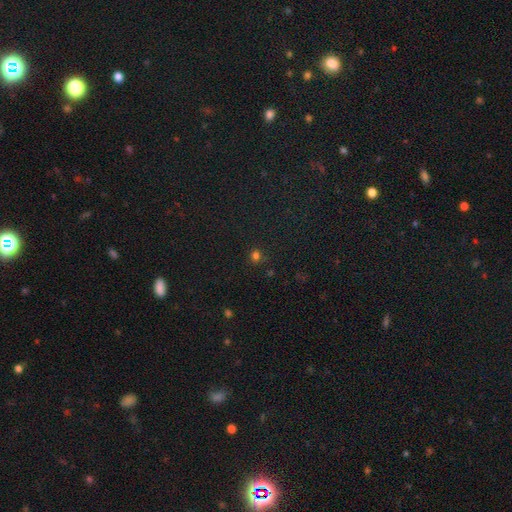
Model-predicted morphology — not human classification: Smooth or featured? Predicted: smooth (p=0.72). How rounded? Predicted: round (p=0.84). Merging? Predicted: none (p=0.83).